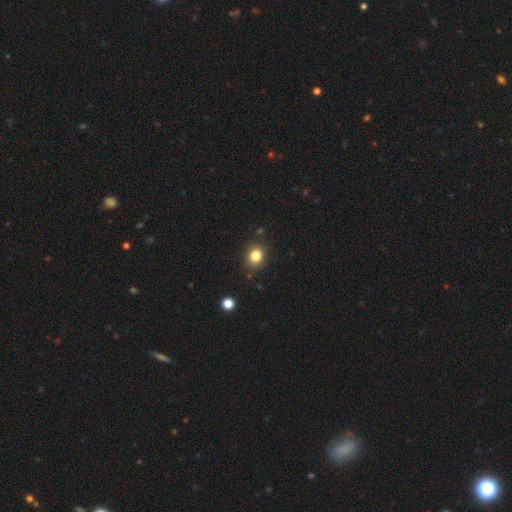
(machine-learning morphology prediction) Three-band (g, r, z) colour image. It shows a smooth galaxy with no disk features (82%) that is round (69%). Merging: none (85%).